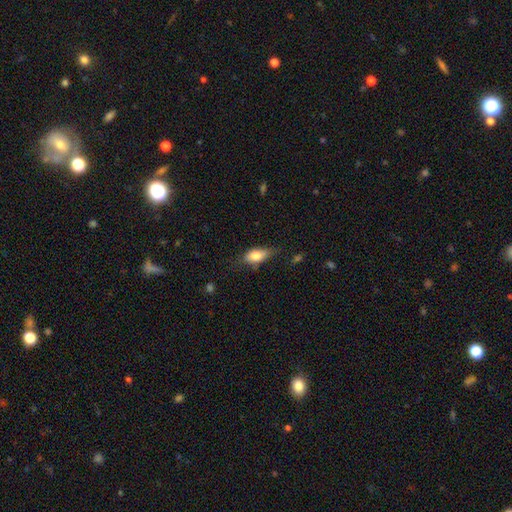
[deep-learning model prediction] smooth 77%, featured or disk 15%, star or artifact 7%. Down the decision tree: how rounded — in between (84%); merging — none (61%).